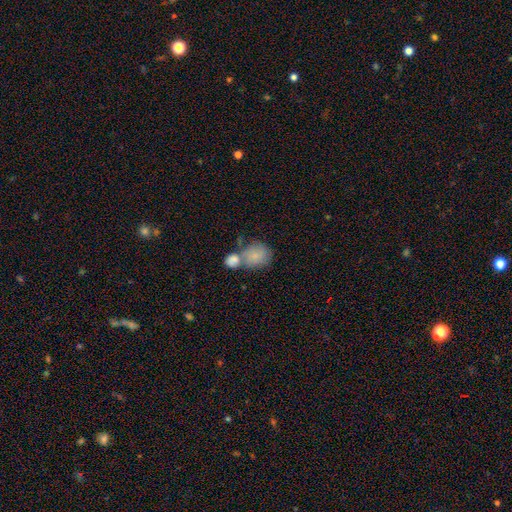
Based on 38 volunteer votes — smooth_or_featured: smooth (p=0.82) [alt: featured or disk p=0.11]
how_rounded: in between (p=0.55) [alt: round p=0.42]
merging: merger (p=0.49) [alt: none p=0.31]